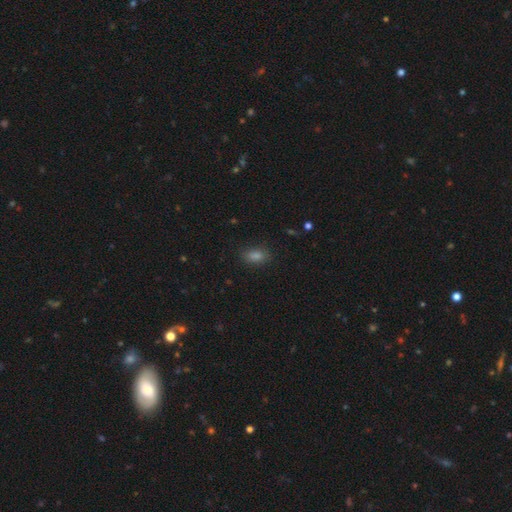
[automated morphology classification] Smooth or featured? Predicted: smooth (p=0.76). How rounded? Predicted: in between (p=0.85). Merging? Predicted: none (p=0.85).